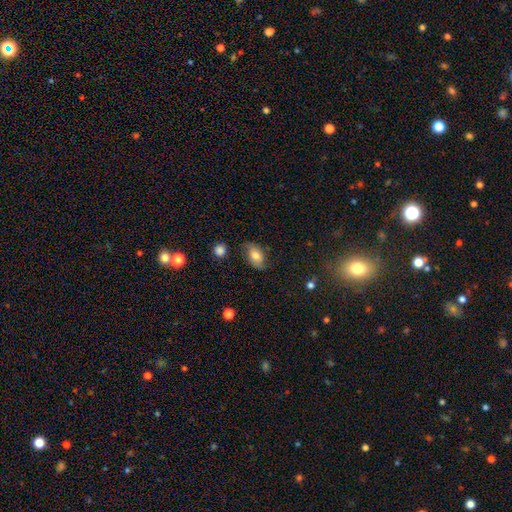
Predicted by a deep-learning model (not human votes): Smooth or featured? Predicted: smooth (p=0.66). How rounded? Predicted: in between (p=0.88). Merging? Predicted: none (p=0.70).